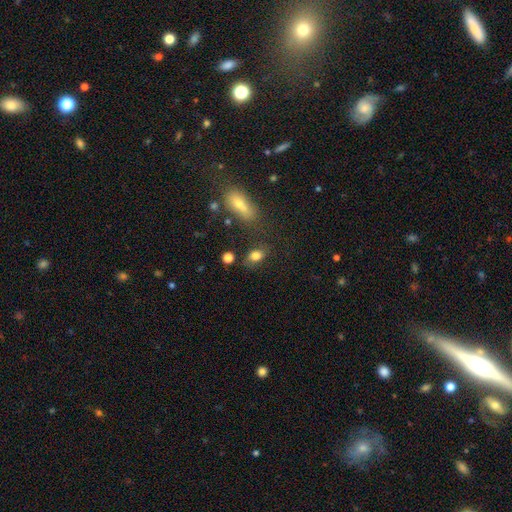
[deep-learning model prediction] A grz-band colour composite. It shows a smooth galaxy with no disk features (81%) that is in between round and cigar-shaped (75%). Merging: none (70%).